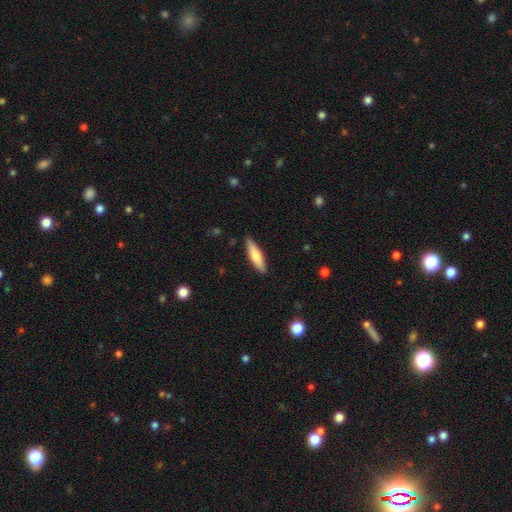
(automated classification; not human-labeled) This appears to be a smooth galaxy with no disk features (71%) that is cigar-shaped (69%). Merging: none (88%).